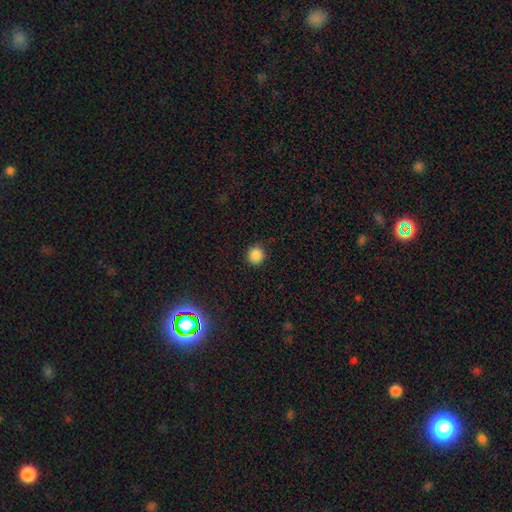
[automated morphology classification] This appears to be a smooth galaxy with no disk features (86%) that is round (92%). Merging: none (90%).